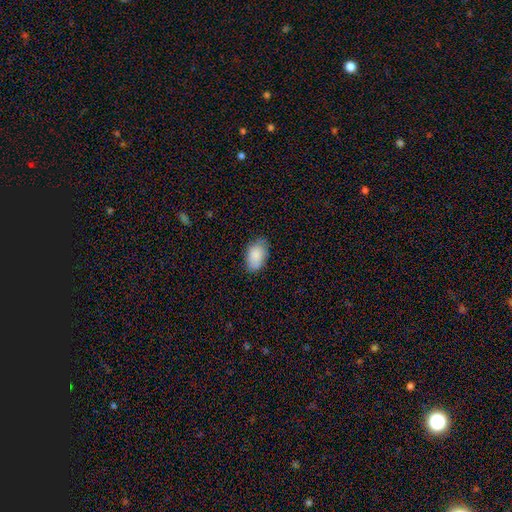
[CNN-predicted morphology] This is clearly a smooth galaxy (86%). How rounded: clearly in between (93%). Merging: likely none (76%).